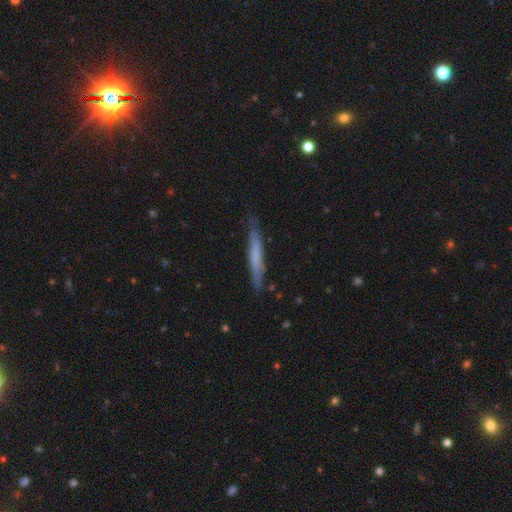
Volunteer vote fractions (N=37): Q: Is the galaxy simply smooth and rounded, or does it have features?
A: smooth — 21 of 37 (57%).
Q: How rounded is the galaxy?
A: cigar-shaped — 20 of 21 (95%).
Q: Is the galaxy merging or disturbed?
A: none — 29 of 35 (83%).